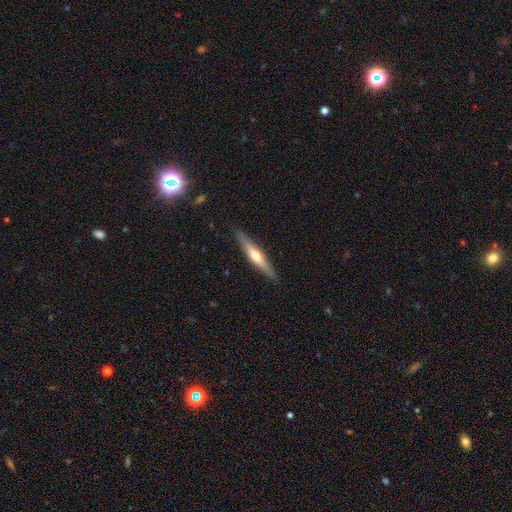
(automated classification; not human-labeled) smooth-or-featured: featured or disk: 54% | smooth: 41% | star or artifact: 6%
  disk-edge-on: yes: 94% | no: 6%
    edge-on-bulge: rounded: 82% | none: 12% | boxy: 6%
  merging: none: 89% | minor disturbance: 9% | major disturbance: 2% | merger: 1%